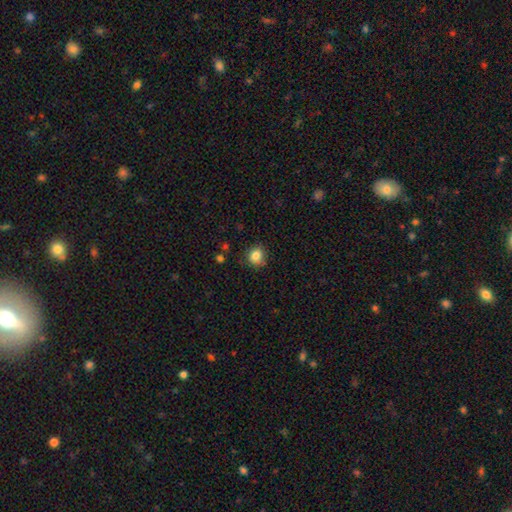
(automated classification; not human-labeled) Overall: smooth (83%). How rounded: round (80%). Merging: none (82%).